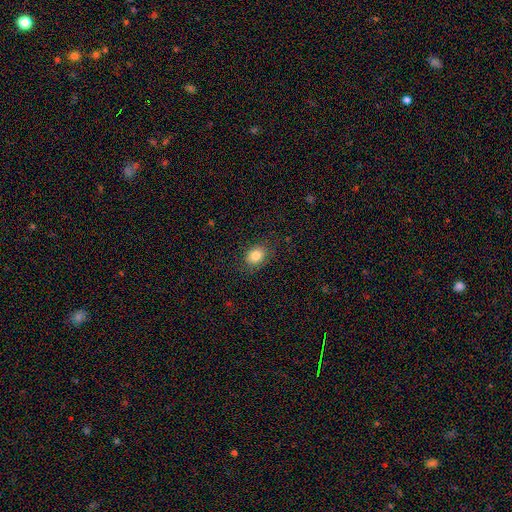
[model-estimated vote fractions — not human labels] Smooth or featured: smooth — 83% (star or artifact — 10%)
How rounded: in between — 57% (round — 42%)
Merging: none — 83% (minor disturbance — 12%)